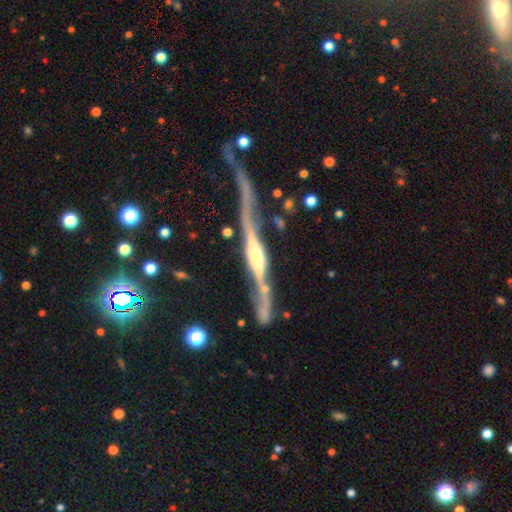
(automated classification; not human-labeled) smooth-or-featured: featured or disk: 87% | smooth: 7% | star or artifact: 6%
  disk-edge-on: yes: 84% | no: 16%
    edge-on-bulge: rounded: 71% | boxy: 19% | none: 10%
  merging: none: 42% | major disturbance: 24% | minor disturbance: 24% | merger: 10%